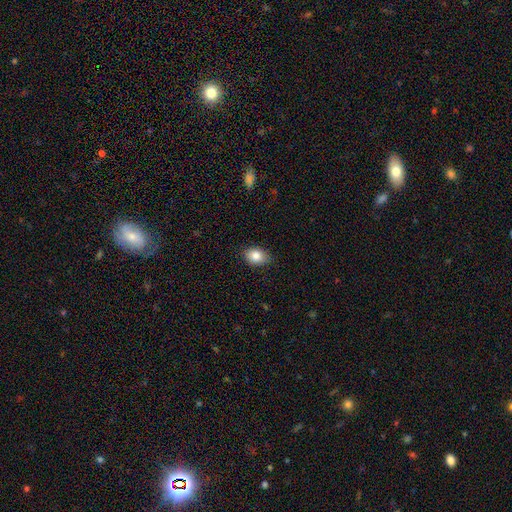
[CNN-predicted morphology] smooth-or-featured: smooth: 84% | star or artifact: 8% | featured or disk: 8%
  how-rounded: in between: 75% | round: 24% | cigar-shaped: 1%
  merging: none: 83% | minor disturbance: 13% | major disturbance: 2% | merger: 1%